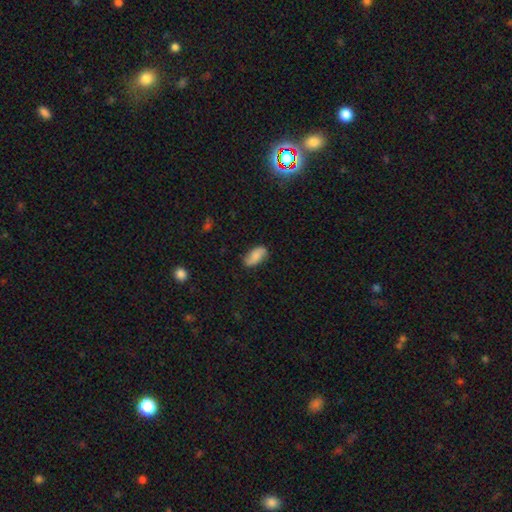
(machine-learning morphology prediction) type=smooth (75%); roundness=in between (92%); merging=none (79%).